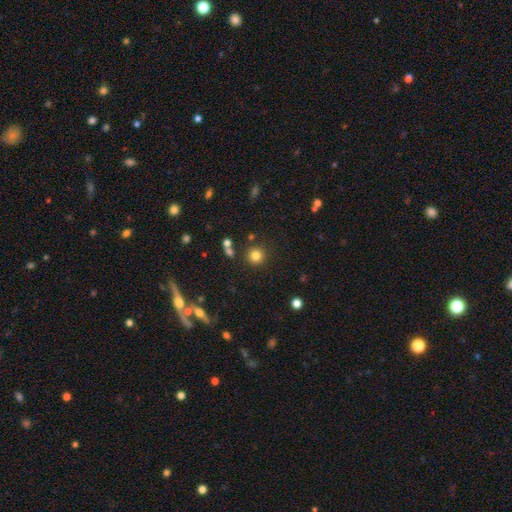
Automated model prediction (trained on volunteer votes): Smooth or featured?
  - smooth: 80% *
  - star or artifact: 14%
  - featured or disk: 6%
How rounded?
  - round: 93% *
  - in between: 6%
  - cigar-shaped: 1%
Merging?
  - none: 85% *
  - minor disturbance: 7%
  - merger: 5%
  - major disturbance: 3%